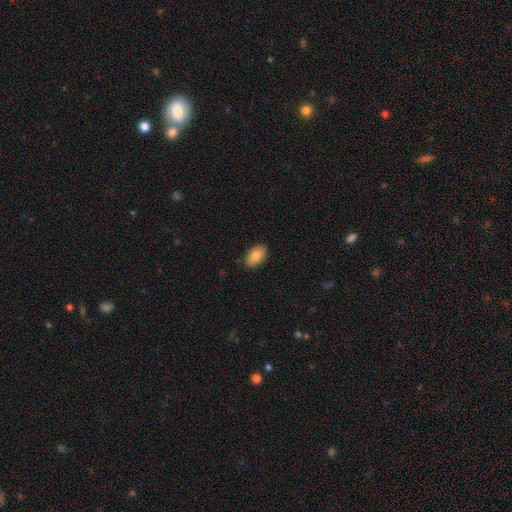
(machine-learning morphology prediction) Smooth or featured? smooth (86%)
How rounded? in between (92%)
Merging? none (87%)